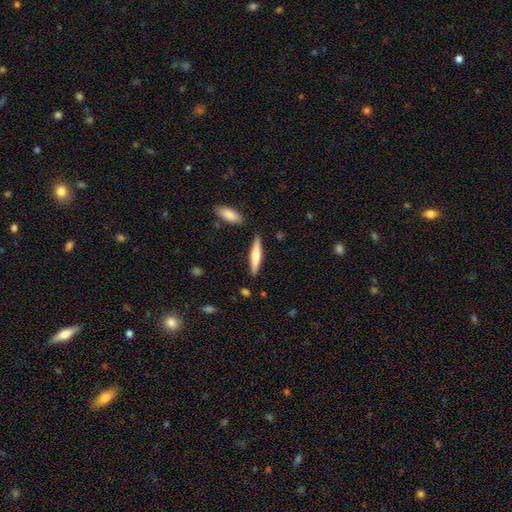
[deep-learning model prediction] smooth_or_featured: smooth (p=0.57) [alt: featured or disk p=0.38]
how_rounded: cigar-shaped (p=0.84) [alt: in between p=0.14]
merging: none (p=0.86) [alt: minor disturbance p=0.08]